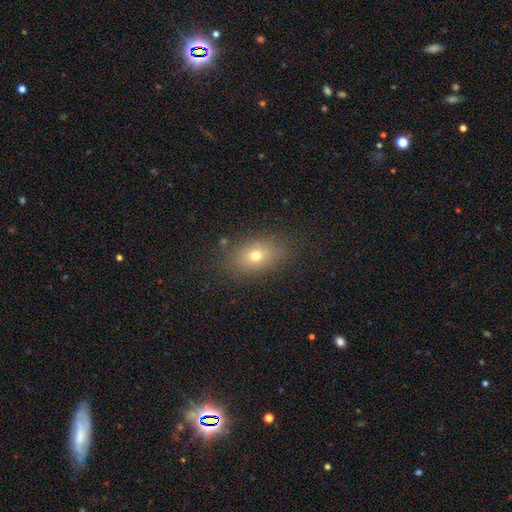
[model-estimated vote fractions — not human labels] Smooth or featured?
  - smooth: 70% *
  - featured or disk: 16%
  - star or artifact: 14%
How rounded?
  - in between: 78% *
  - round: 20%
  - cigar-shaped: 3%
Merging?
  - none: 81% *
  - minor disturbance: 13%
  - major disturbance: 4%
  - merger: 2%